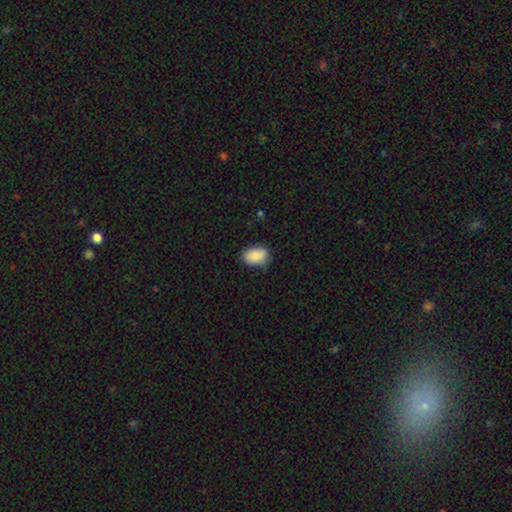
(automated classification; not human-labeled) smooth_or_featured: smooth (p=0.89) [alt: star or artifact p=0.07]
how_rounded: in between (p=0.85) [alt: round p=0.14]
merging: none (p=0.75) [alt: minor disturbance p=0.20]